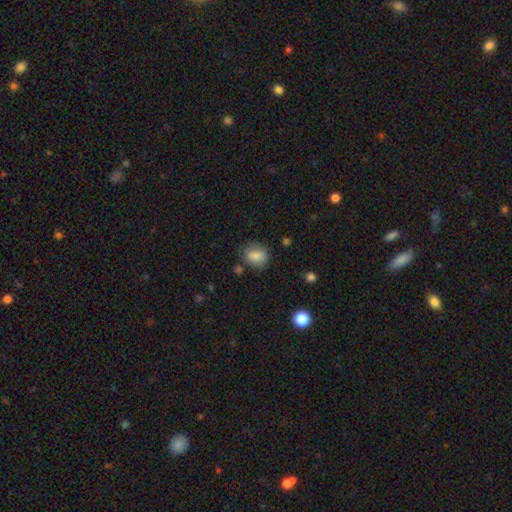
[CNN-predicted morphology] A smooth galaxy with no disk features (82%) that is round (58%). Merging: none (75%).